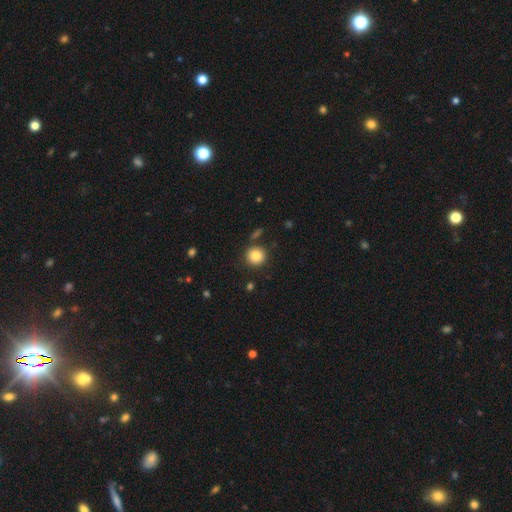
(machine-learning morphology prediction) A smooth galaxy with no disk features (85%) that is round (91%).

Vote fractions:
- Smooth or featured? smooth: 85% / star or artifact: 10% / featured or disk: 5%
- How rounded? round: 91% / in between: 8% / cigar-shaped: 1%
- Merging? none: 84% / minor disturbance: 8% / merger: 5% / major disturbance: 3%